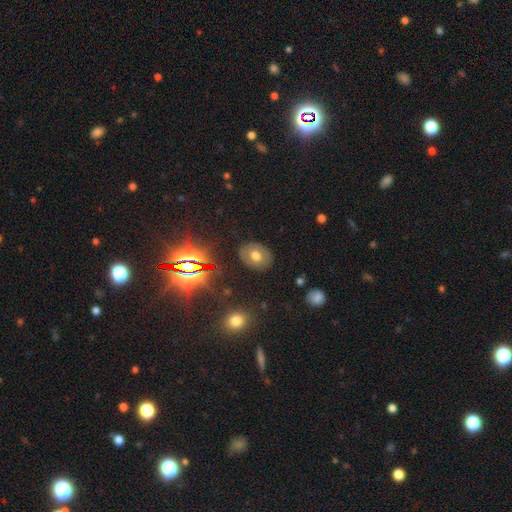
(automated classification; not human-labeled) smooth-or-featured: smooth: 57% | featured or disk: 26% | star or artifact: 17%
  how-rounded: in between: 60% | round: 39% | cigar-shaped: 1%
  merging: none: 85% | minor disturbance: 10% | major disturbance: 3% | merger: 1%